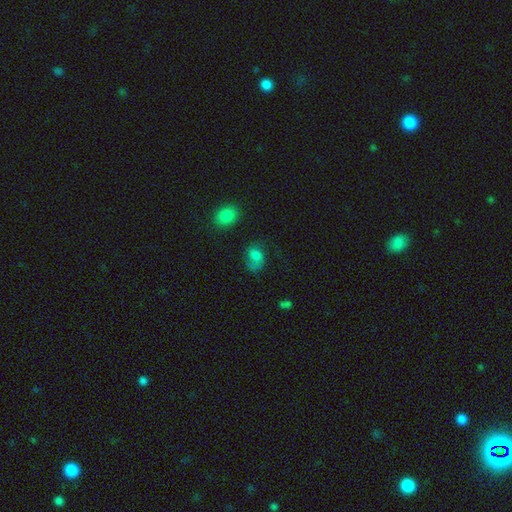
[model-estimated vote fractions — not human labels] Overall: smooth (68%). How rounded: in between (66%; round 33%). Merging: none (43%; major disturbance 26%).